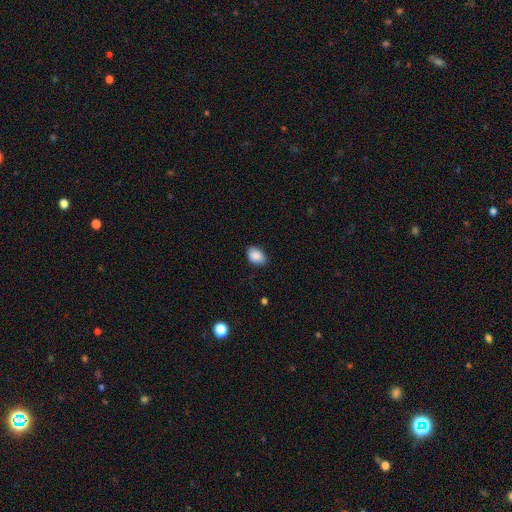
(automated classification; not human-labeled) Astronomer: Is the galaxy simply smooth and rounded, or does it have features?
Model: smooth — 89%.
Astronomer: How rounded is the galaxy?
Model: in between — 83%.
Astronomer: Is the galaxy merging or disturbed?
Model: none — 78%.